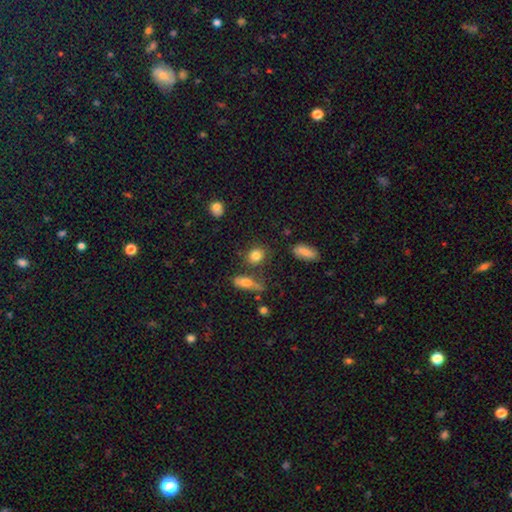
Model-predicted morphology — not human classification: The model was most divided on "how rounded": round: 68%, in between: 29%, cigar-shaped: 3%. More confident: smooth or featured — smooth (83%); merging — none (76%).